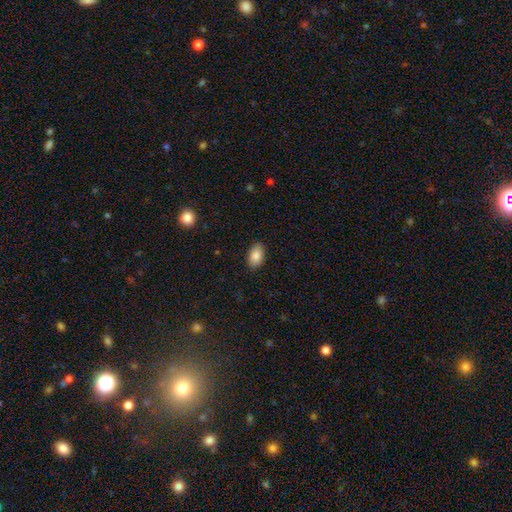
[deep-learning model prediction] Smooth or featured? smooth (87%)
How rounded? in between (92%)
Merging? none (88%)